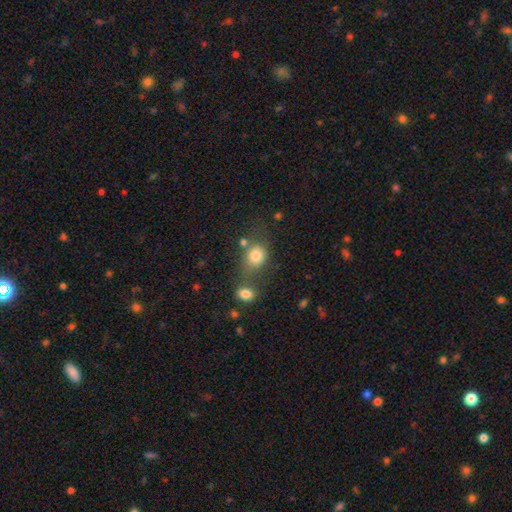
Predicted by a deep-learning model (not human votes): Smooth or featured?
  - smooth: 81% *
  - star or artifact: 11%
  - featured or disk: 9%
How rounded?
  - round: 59% *
  - in between: 39%
  - cigar-shaped: 1%
Merging?
  - none: 50% *
  - merger: 24%
  - minor disturbance: 17%
  - major disturbance: 9%